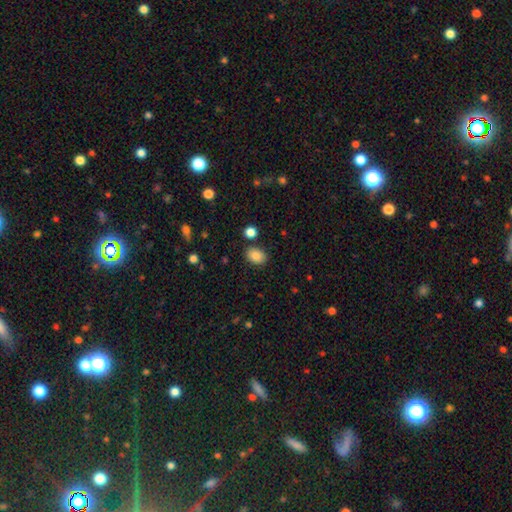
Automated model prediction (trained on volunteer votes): smooth_or_featured: smooth (p=0.84) [alt: star or artifact p=0.09]
how_rounded: in between (p=0.73) [alt: round p=0.26]
merging: none (p=0.84) [alt: minor disturbance p=0.09]